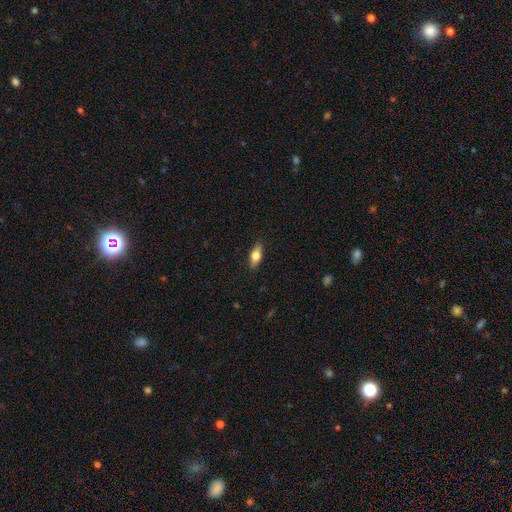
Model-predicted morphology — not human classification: Smooth or featured? Predicted: smooth (p=0.67). How rounded? Predicted: in between (p=0.74). Merging? Predicted: none (p=0.87).